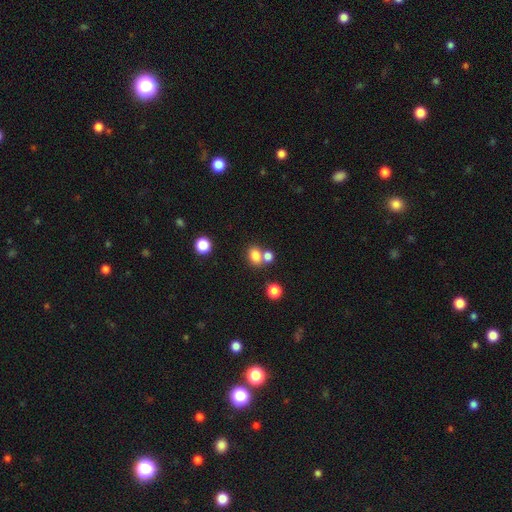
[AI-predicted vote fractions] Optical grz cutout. It shows a smooth galaxy with no disk features (80%) that is in between round and cigar-shaped (63%). Merging: none (48%).